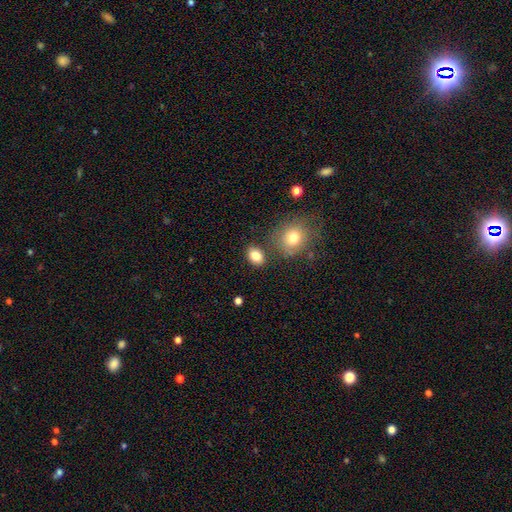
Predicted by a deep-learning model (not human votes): Overall: smooth (84%). How rounded: in between (71%). Merging: none (77%).